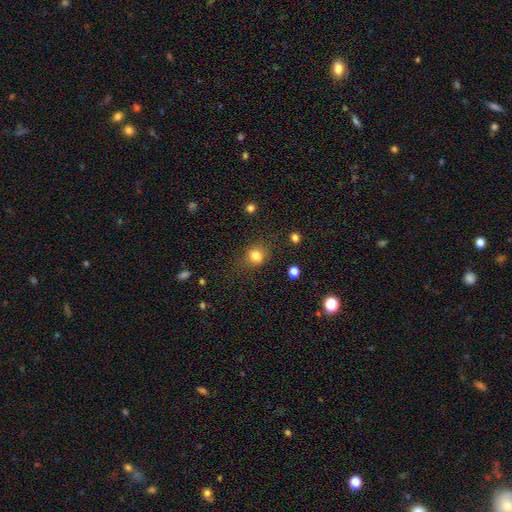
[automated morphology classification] Smooth or featured? Predicted: smooth (p=0.80). How rounded? Predicted: round (p=0.68). Merging? Predicted: none (p=0.74).